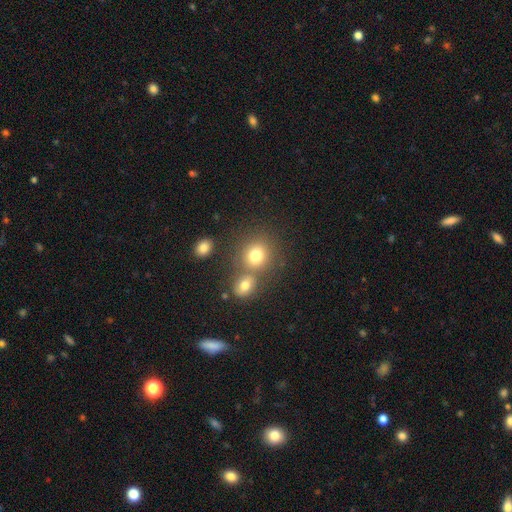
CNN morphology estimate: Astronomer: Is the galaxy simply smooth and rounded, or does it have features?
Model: smooth — 77%.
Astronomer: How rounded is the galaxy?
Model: round — 78%.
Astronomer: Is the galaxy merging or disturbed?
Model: none — 58%.